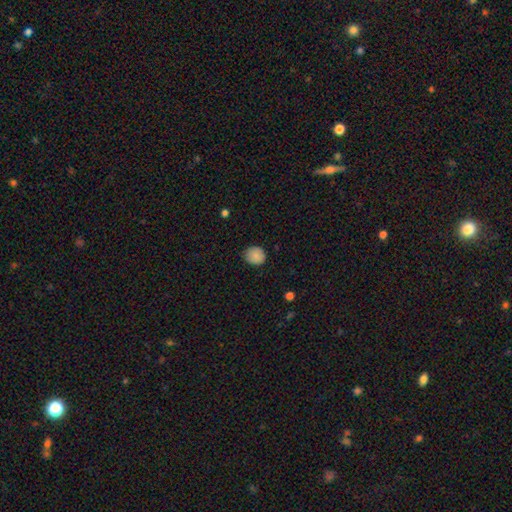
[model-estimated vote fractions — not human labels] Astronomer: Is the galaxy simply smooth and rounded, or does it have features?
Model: smooth — 86%.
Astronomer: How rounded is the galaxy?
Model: round — 75%.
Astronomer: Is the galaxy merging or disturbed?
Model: none — 80%.